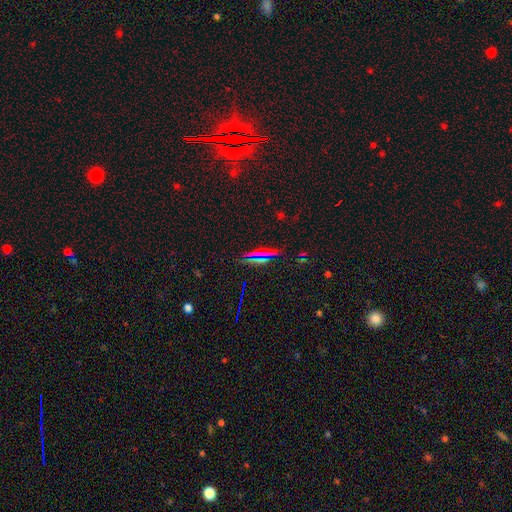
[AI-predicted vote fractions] Smooth or featured? Predicted: star or artifact (p=0.48).